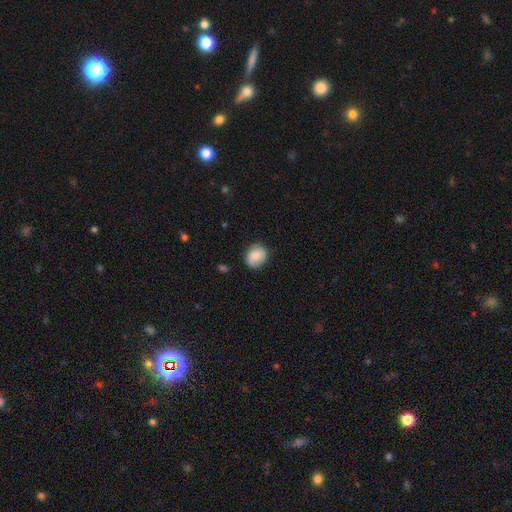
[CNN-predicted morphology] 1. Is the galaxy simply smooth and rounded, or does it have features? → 79% smooth, 13% featured or disk, 8% star or artifact.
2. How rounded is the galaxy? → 62% round, 37% in between, 1% cigar-shaped.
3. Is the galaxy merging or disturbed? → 77% none, 18% minor disturbance, 3% major disturbance, 1% merger.